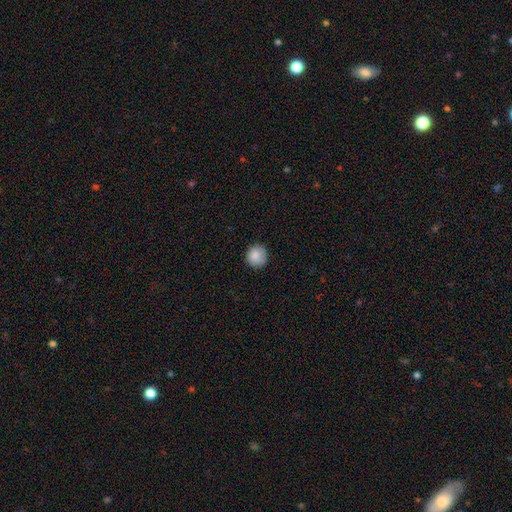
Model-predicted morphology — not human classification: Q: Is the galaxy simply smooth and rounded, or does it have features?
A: smooth — 87%.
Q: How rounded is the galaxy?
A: round — 92%.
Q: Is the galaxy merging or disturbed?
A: none — 84%.